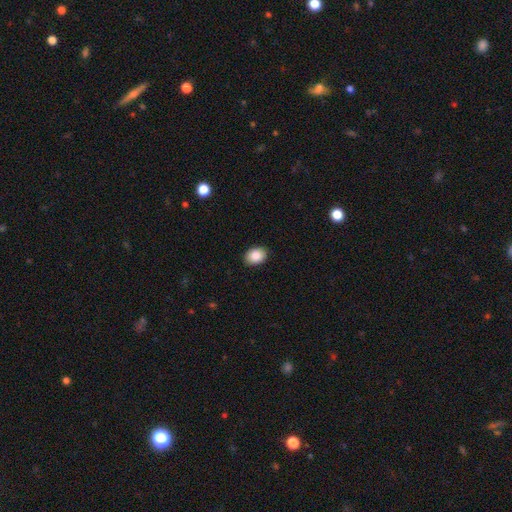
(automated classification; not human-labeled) A smooth galaxy with no disk features (86%) that is in between round and cigar-shaped (73%). Merging: none (90%).